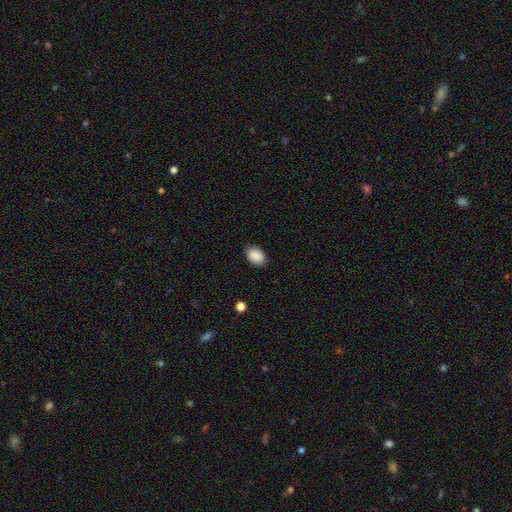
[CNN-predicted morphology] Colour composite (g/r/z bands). It shows a smooth galaxy with no disk features (90%) that is in between round and cigar-shaped (82%). Merging: none (86%).